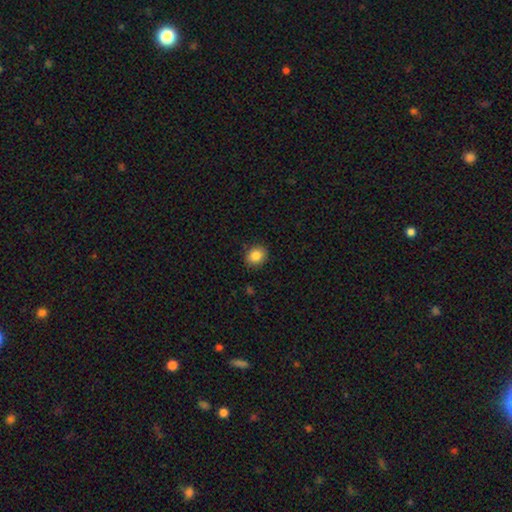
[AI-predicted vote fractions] Morphology: type=smooth (86%); roundness=round (66%); merging=none (88%).